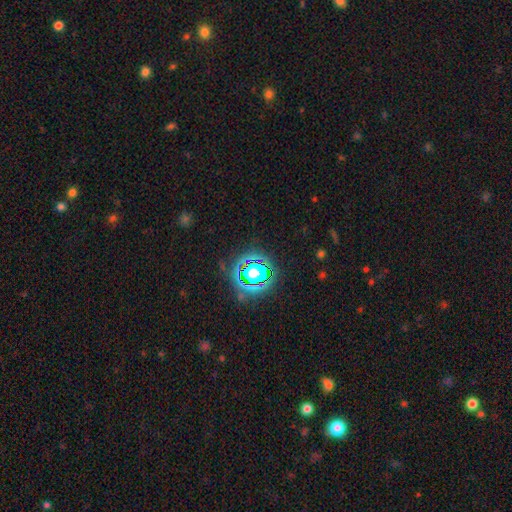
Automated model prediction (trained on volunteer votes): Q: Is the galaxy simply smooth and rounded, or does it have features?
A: star or artifact — 79%.